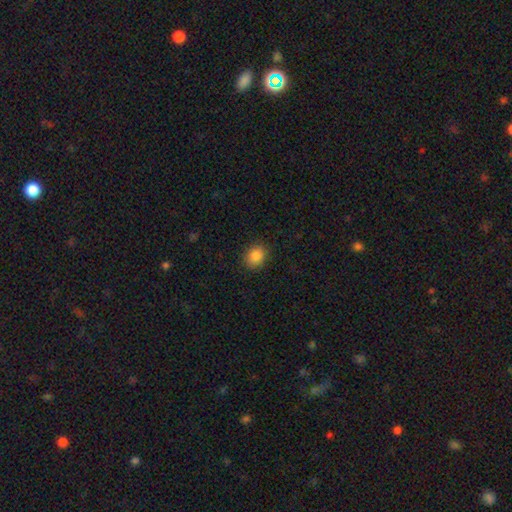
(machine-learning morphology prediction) Q: Smooth or featured?
A: smooth (86%); runner-up: star or artifact (10%)
Q: How rounded?
A: round (56%); runner-up: in between (43%)
Q: Merging?
A: none (88%); runner-up: minor disturbance (8%)